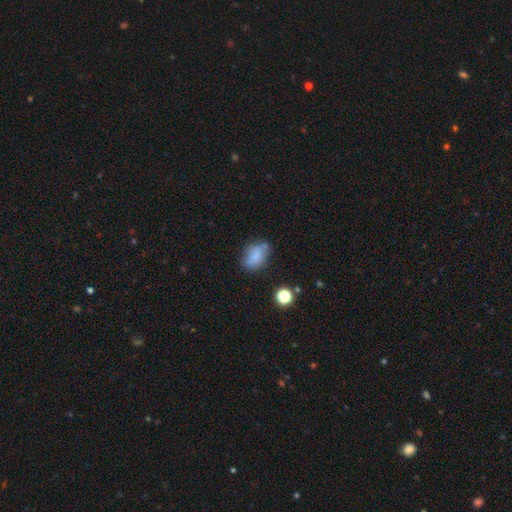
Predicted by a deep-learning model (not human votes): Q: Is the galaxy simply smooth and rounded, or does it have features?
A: smooth — 76%.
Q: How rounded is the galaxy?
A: in between — 78%.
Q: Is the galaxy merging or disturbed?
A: none — 58%.